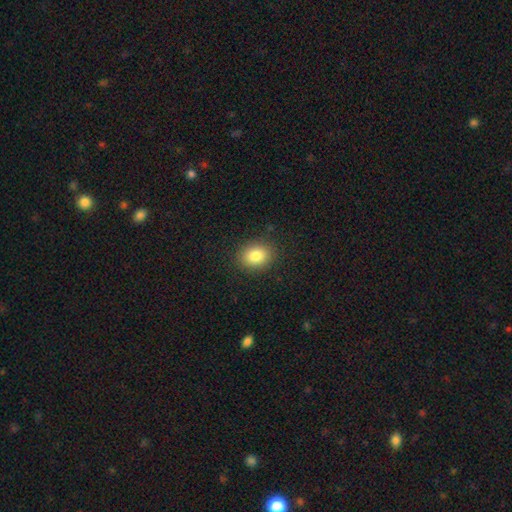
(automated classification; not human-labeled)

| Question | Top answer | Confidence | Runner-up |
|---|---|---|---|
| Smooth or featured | smooth | 84% | star or artifact (9%) |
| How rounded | round | 52% | in between (47%) |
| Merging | none | 88% | minor disturbance (9%) |